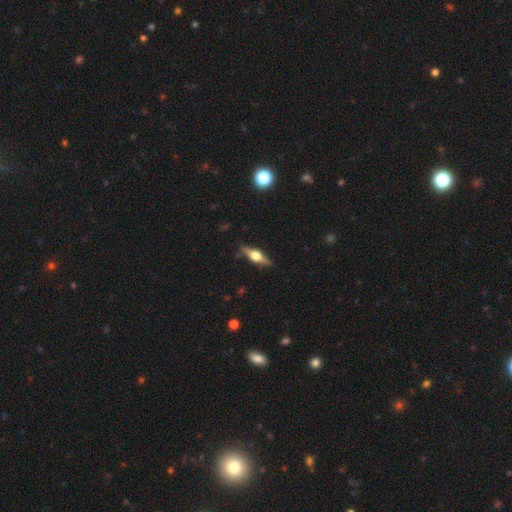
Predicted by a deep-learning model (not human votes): Smooth or featured? featured or disk (69%)
Edge-on disk? yes (96%)
Edge-on bulge? rounded (94%)
Merging? none (86%)